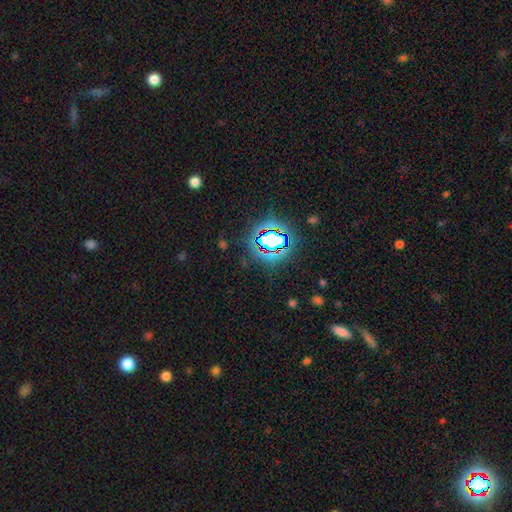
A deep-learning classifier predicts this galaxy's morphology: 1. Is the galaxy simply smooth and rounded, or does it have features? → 80% star or artifact, 12% smooth, 8% featured or disk.